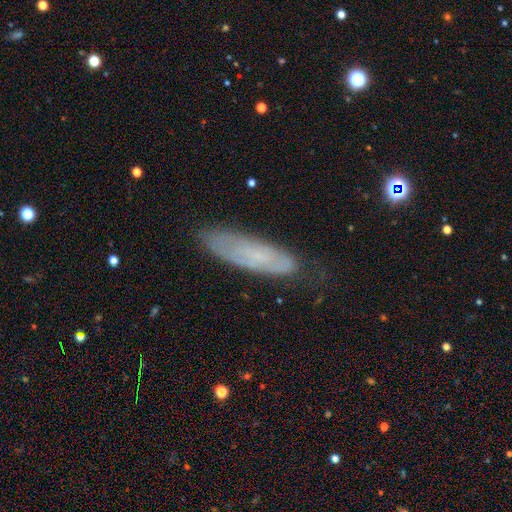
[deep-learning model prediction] Q: Smooth or featured?
A: smooth (47%); runner-up: featured or disk (43%)
Q: Merging?
A: none (69%); runner-up: minor disturbance (23%)